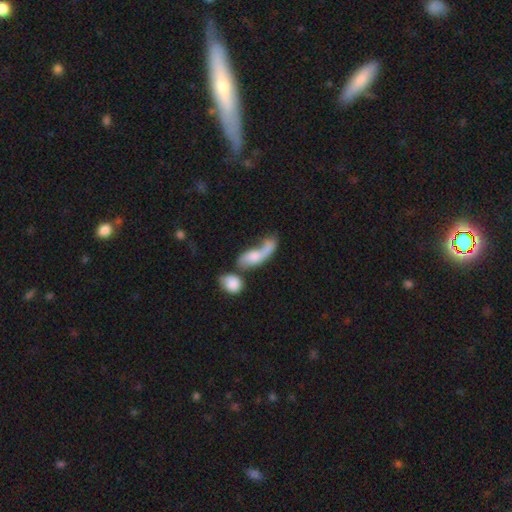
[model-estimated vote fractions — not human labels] smooth_or_featured: smooth (p=0.51) [alt: featured or disk p=0.40]
how_rounded: in between (p=0.60) [alt: cigar-shaped p=0.30]
merging: merger (p=0.47) [alt: major disturbance p=0.23]